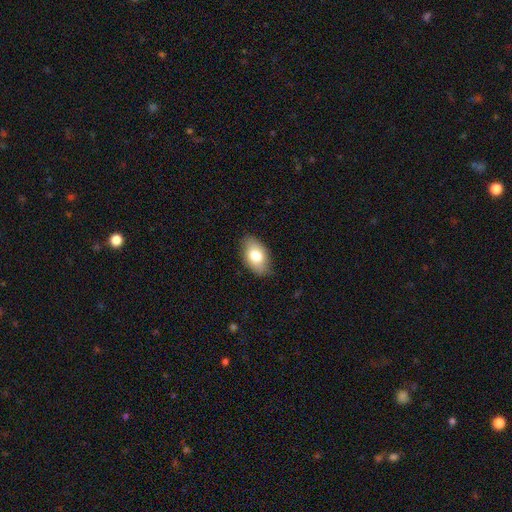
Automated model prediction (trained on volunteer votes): A smooth galaxy with no disk features (77%) that is in between round and cigar-shaped (92%). Merging: none (83%).